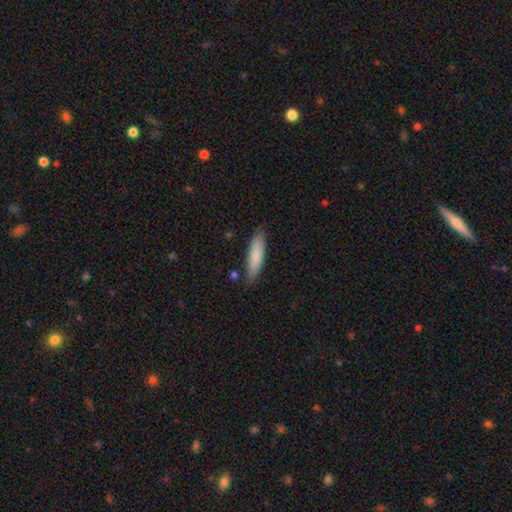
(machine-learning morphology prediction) Overall: smooth (84%). How rounded: cigar-shaped (70%). Merging: none (83%).